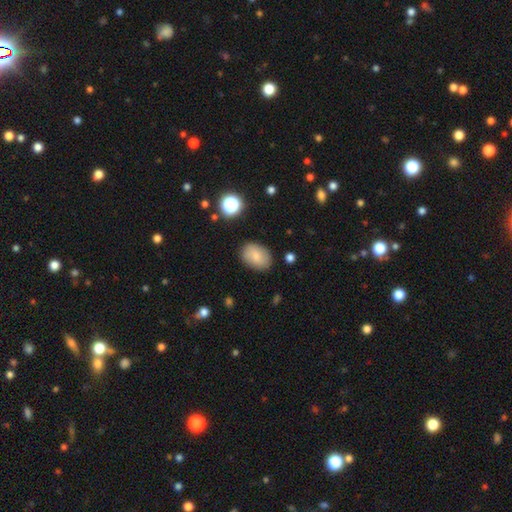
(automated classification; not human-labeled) This appears to be a smooth galaxy with no disk features (80%) that is in between round and cigar-shaped (77%). Merging: none (84%).